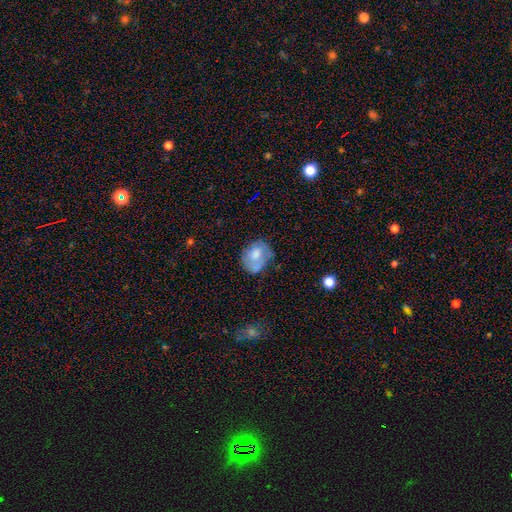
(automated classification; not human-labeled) Smooth or featured?
  - smooth: 56% *
  - featured or disk: 35%
  - star or artifact: 8%
How rounded?
  - in between: 54% *
  - round: 45%
  - cigar-shaped: 1%
Merging?
  - none: 46% *
  - minor disturbance: 30%
  - major disturbance: 15%
  - merger: 9%